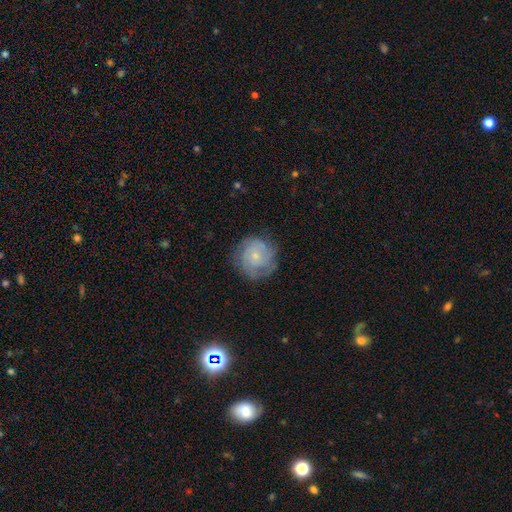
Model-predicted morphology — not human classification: Smooth or featured: featured or disk — 64% (smooth — 29%)
Edge-on disk: no — 98% (yes — 2%)
Bar: no — 79% (weak — 18%)
Spiral arms: yes — 88% (no — 12%)
Spiral winding: tight — 64% (medium — 28%)
Spiral arm count: can't tell — 37% (2 — 26%)
Bulge size: small — 74% (moderate — 20%)
Merging: none — 74% (minor disturbance — 18%)